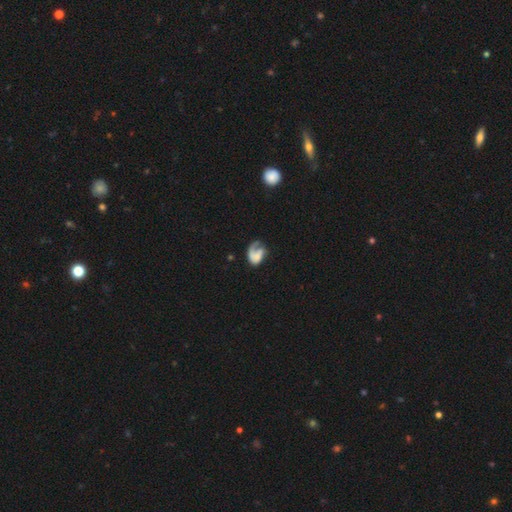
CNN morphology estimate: Smooth or featured? featured or disk (58%)
Edge-on disk? no (98%)
Bar? no (75%)
Spiral arms? yes (77%)
Bulge size? none (56%)
Merging? major disturbance (42%)